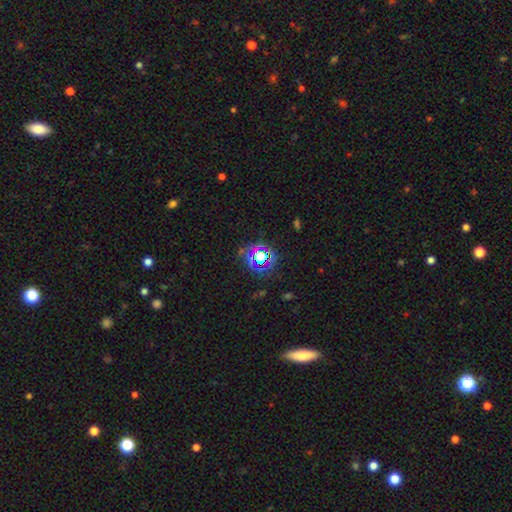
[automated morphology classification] Smooth or featured? Predicted: star or artifact (p=0.69).